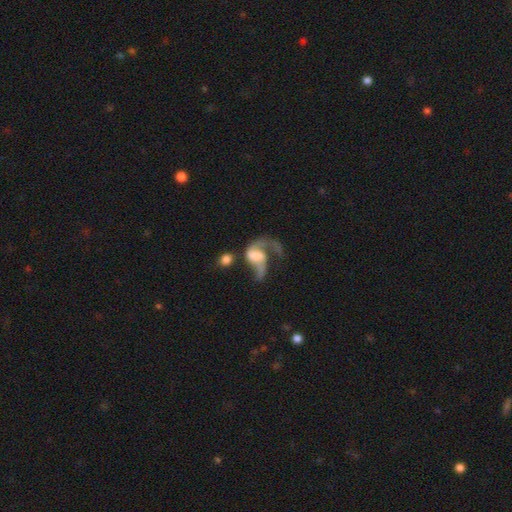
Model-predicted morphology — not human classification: Smooth or featured: featured or disk — 72% (smooth — 20%)
Edge-on disk: no — 97% (yes — 3%)
Bar: no — 43% (weak — 39%)
Spiral arms: yes — 84% (no — 16%)
Spiral winding: loose — 71% (medium — 23%)
Spiral arm count: 2 — 51% (1 — 39%)
Bulge size: moderate — 27% (tied with none — 27%)
Merging: major disturbance — 45% (none — 22%)